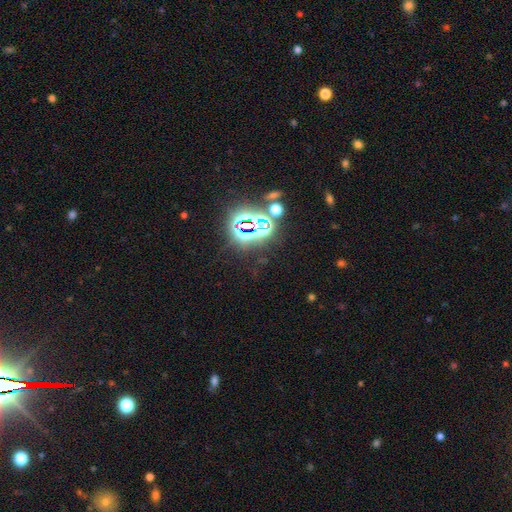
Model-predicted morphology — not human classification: Smooth or featured: star or artifact — 81% (smooth — 11%)